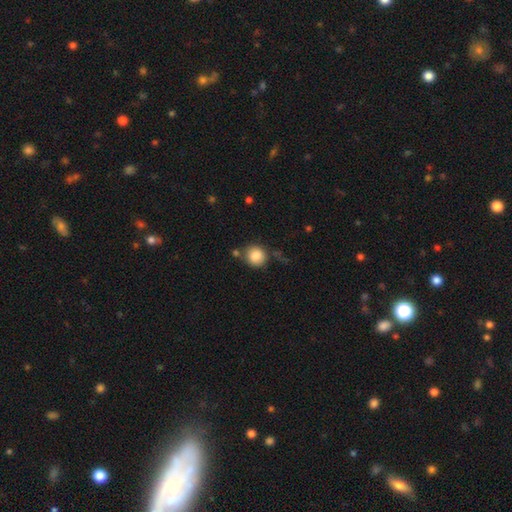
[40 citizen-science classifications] This appears to be a smooth galaxy with no disk features (88%) that is round (97%). Merging: none (76%).